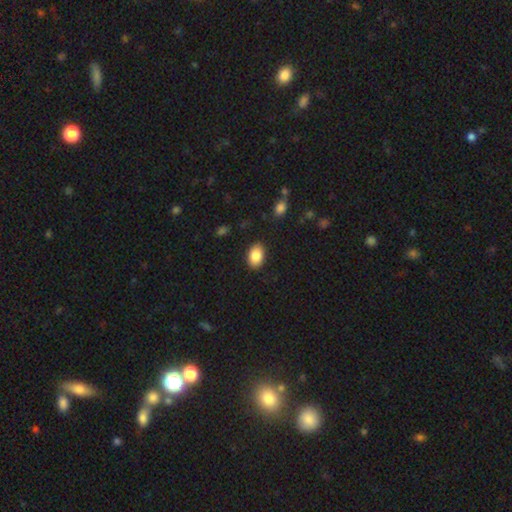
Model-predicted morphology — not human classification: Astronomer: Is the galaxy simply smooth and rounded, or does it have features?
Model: smooth — 86%.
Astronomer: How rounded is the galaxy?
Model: in between — 87%.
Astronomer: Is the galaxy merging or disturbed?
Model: none — 88%.